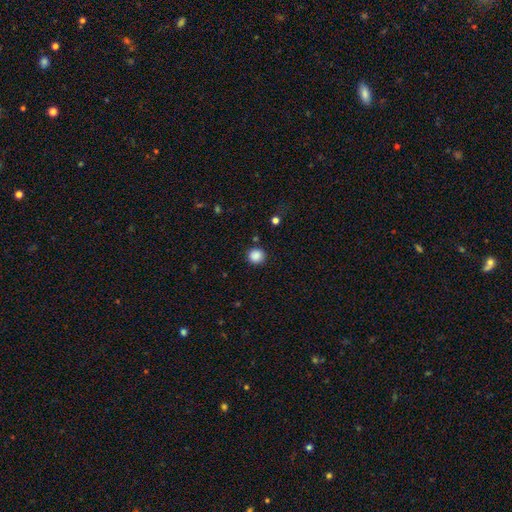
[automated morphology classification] smooth-or-featured: smooth: 87% | star or artifact: 10% | featured or disk: 3%
  how-rounded: round: 92% | in between: 7% | cigar-shaped: 1%
  merging: none: 88% | minor disturbance: 7% | major disturbance: 2% | merger: 2%